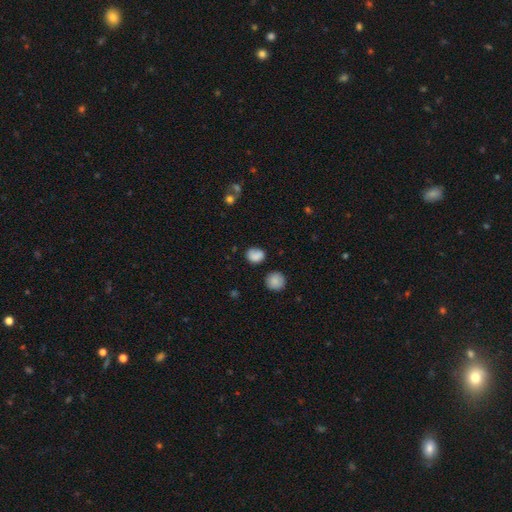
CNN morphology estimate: smooth-or-featured: smooth: 81% | star or artifact: 10% | featured or disk: 8%
  how-rounded: round: 57% | in between: 42% | cigar-shaped: 1%
  merging: none: 64% | minor disturbance: 20% | merger: 9% | major disturbance: 6%